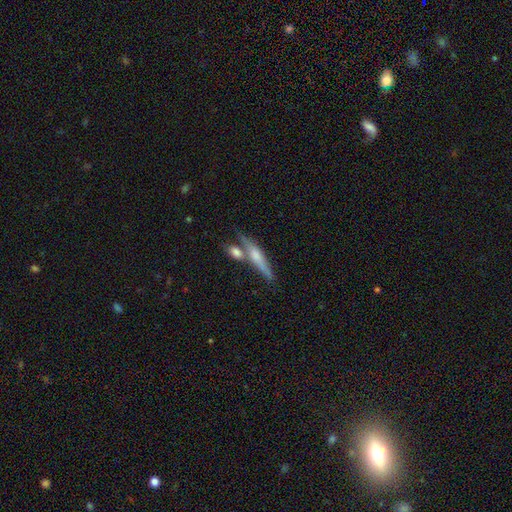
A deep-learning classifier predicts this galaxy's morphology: This appears to be a featured or disk galaxy (59%) viewed edge-on (92%) with a rounded central bulge (69%). Merging: none (58%).